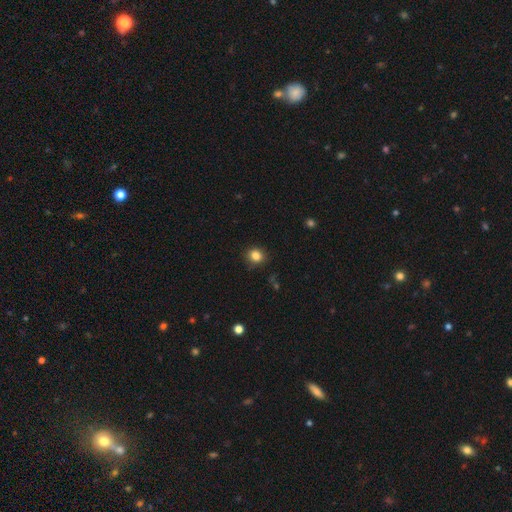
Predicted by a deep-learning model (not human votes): Smooth or featured? smooth (84%)
How rounded? round (80%)
Merging? none (88%)